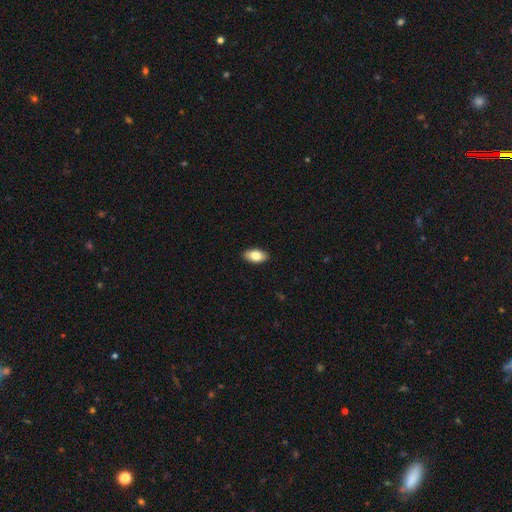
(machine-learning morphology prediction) Smooth or featured?
  - smooth: 81% *
  - featured or disk: 12%
  - star or artifact: 7%
How rounded?
  - in between: 93% *
  - round: 4%
  - cigar-shaped: 4%
Merging?
  - none: 90% *
  - minor disturbance: 8%
  - major disturbance: 2%
  - merger: 1%